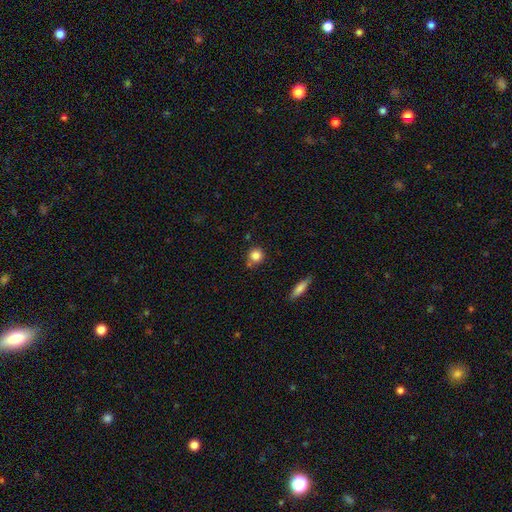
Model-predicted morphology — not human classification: smooth-or-featured: smooth: 83% | star or artifact: 10% | featured or disk: 7%
  how-rounded: round: 89% | in between: 10% | cigar-shaped: 2%
  merging: none: 72% | minor disturbance: 13% | merger: 11% | major disturbance: 3%